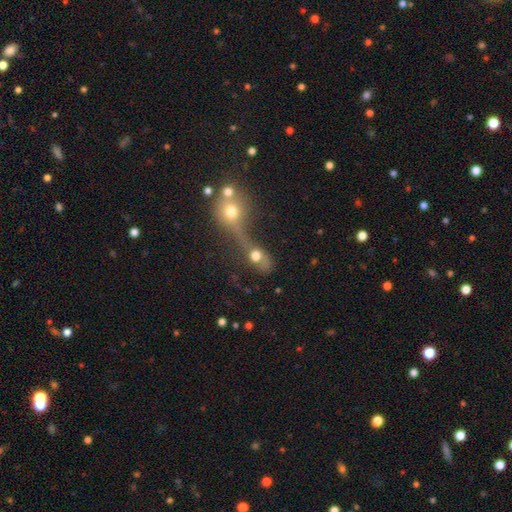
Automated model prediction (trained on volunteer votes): A smooth galaxy with no disk features (63%) that is round (51%). Merging: merger (62%).